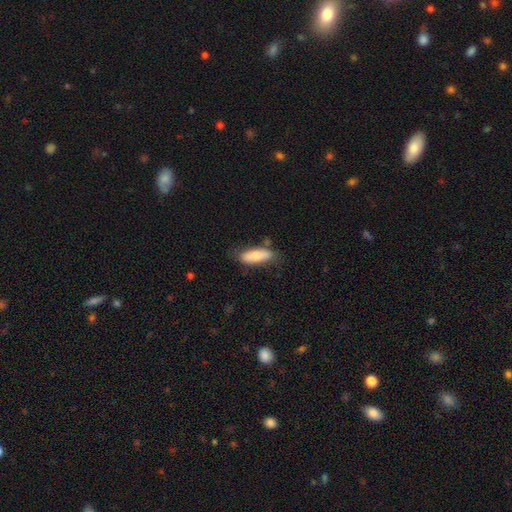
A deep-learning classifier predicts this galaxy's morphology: Overall: smooth (77%). How rounded: in between (57%; cigar-shaped 41%). Merging: none (70%).